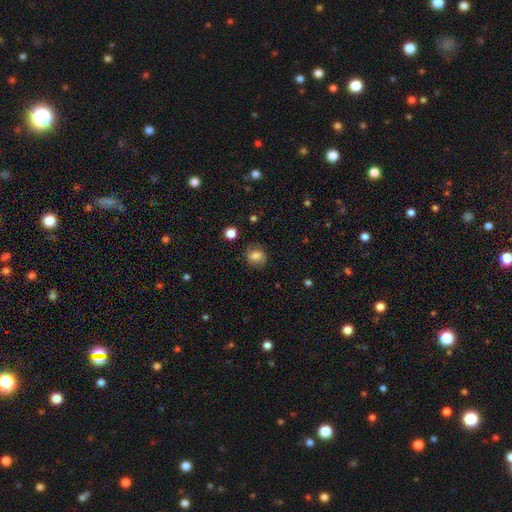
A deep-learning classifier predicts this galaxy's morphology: smooth_or_featured: smooth (p=0.76) [alt: featured or disk p=0.14]
how_rounded: round (p=0.70) [alt: in between p=0.29]
merging: none (p=0.78) [alt: minor disturbance p=0.16]